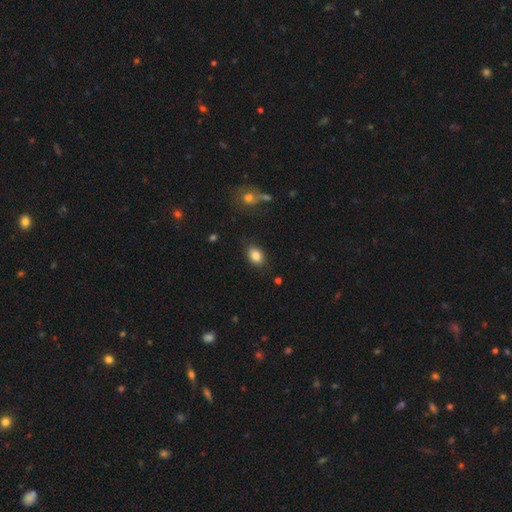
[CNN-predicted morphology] Smooth or featured: smooth — 84% (star or artifact — 9%)
How rounded: in between — 82% (round — 17%)
Merging: none — 85% (minor disturbance — 11%)